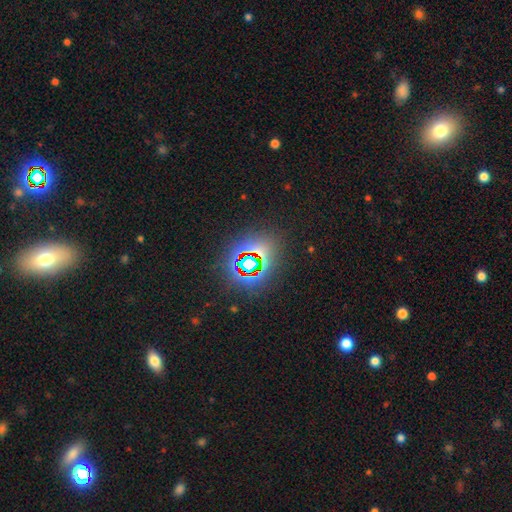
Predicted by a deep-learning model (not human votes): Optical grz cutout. It shows a star or artifact, not a galaxy (69%).